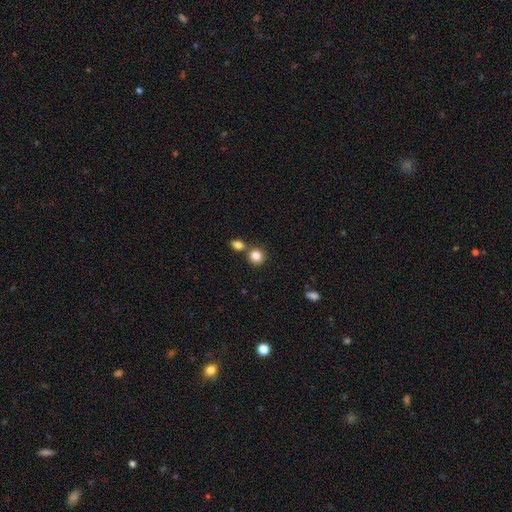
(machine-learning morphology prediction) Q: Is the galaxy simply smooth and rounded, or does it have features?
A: smooth — 84%.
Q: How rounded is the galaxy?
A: round — 85%.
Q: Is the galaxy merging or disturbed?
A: none — 64%.